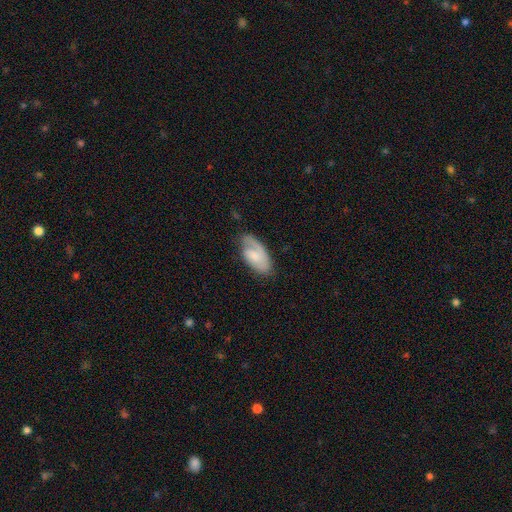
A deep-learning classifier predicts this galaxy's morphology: Smooth or featured? Predicted: featured or disk (p=0.50). Edge-on disk? Predicted: no (p=0.94). Merging? Predicted: none (p=0.61).